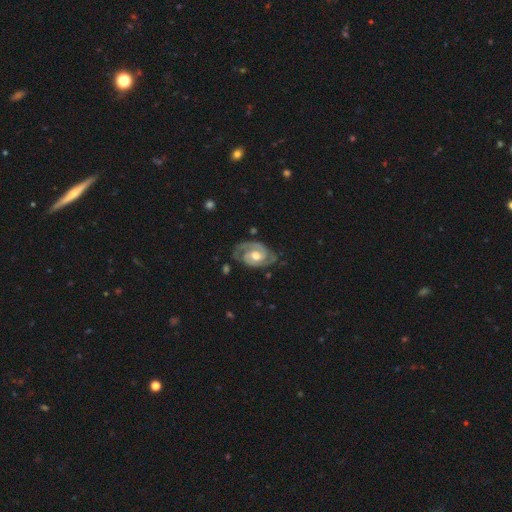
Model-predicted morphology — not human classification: Smooth or featured? Predicted: featured or disk (p=0.90). Edge-on disk? Predicted: no (p=0.97). Bar? Predicted: no (p=0.55). Spiral arms? Predicted: yes (p=0.97). Spiral winding? Predicted: tight (p=0.53). Spiral arm count? Predicted: 2 (p=0.89). Bulge size? Predicted: moderate (p=0.73). Merging? Predicted: none (p=0.73).